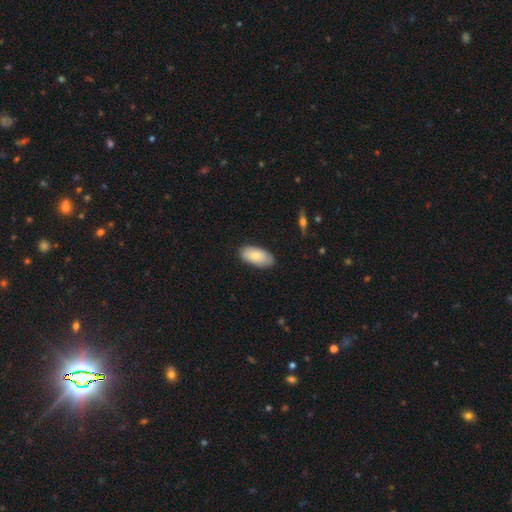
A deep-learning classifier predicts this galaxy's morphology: smooth-or-featured: smooth: 73% | featured or disk: 21% | star or artifact: 6%
  how-rounded: in between: 94% | cigar-shaped: 3% | round: 3%
  merging: none: 83% | minor disturbance: 14% | major disturbance: 2% | merger: 1%